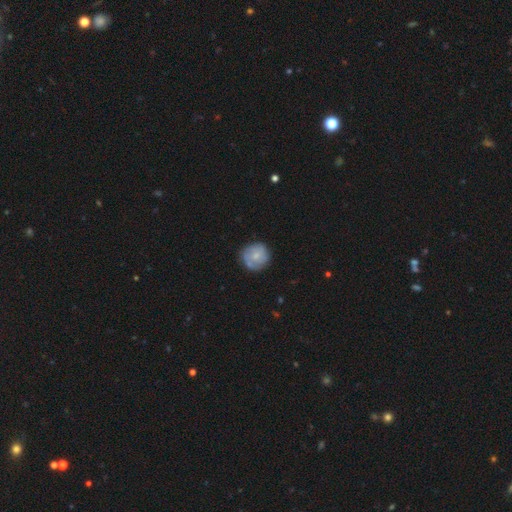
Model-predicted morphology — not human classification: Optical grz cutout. It shows a smooth galaxy with no disk features (58%) that is round (92%). Merging: none (75%).